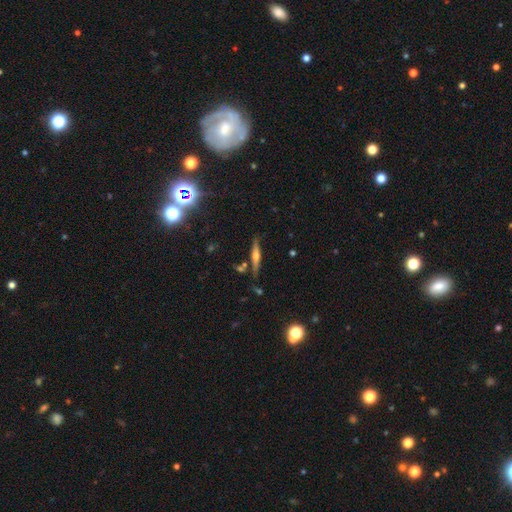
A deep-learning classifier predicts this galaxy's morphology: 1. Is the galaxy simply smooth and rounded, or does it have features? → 59% featured or disk, 32% smooth, 9% star or artifact.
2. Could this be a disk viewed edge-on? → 95% yes, 5% no.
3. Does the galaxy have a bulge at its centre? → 80% rounded, 10% boxy, 10% none.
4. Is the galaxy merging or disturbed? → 78% none, 12% minor disturbance, 6% merger, 3% major disturbance.